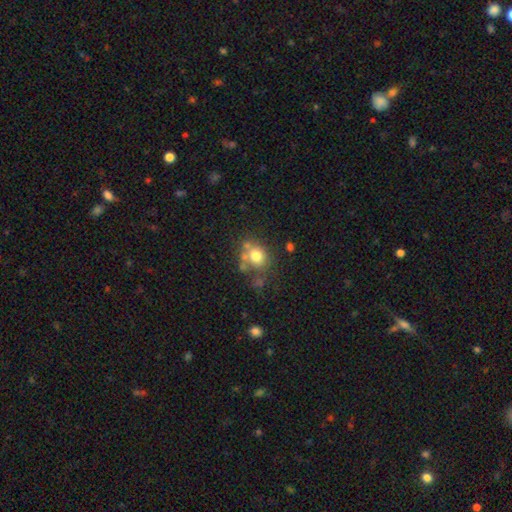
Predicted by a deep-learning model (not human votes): Smooth or featured?
  - smooth: 72% *
  - featured or disk: 15%
  - star or artifact: 13%
How rounded?
  - round: 73% *
  - in between: 26%
  - cigar-shaped: 1%
Merging?
  - none: 56% *
  - merger: 20%
  - minor disturbance: 16%
  - major disturbance: 8%